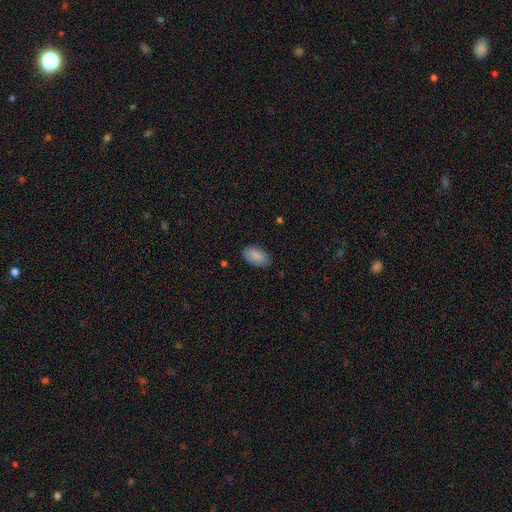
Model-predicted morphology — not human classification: This is clearly a smooth galaxy (88%). How rounded: clearly in between (94%). Merging: clearly none (83%).